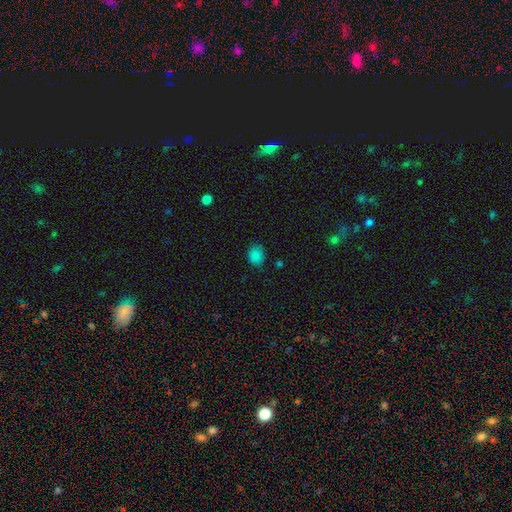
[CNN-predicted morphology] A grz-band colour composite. It shows a smooth galaxy with no disk features (83%) that is round (50%). Merging: none (76%).